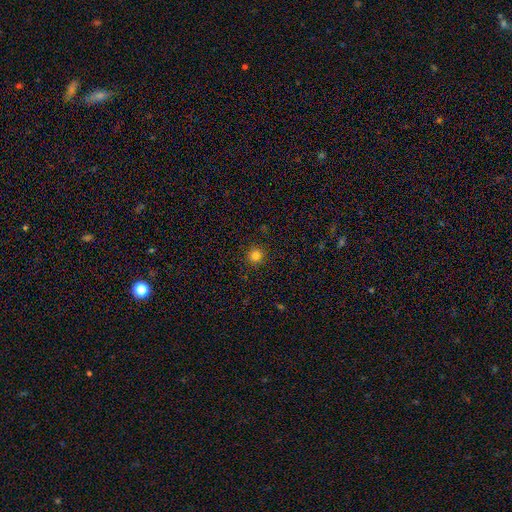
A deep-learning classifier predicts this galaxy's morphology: type=smooth (82%); roundness=round (94%); merging=none (92%).